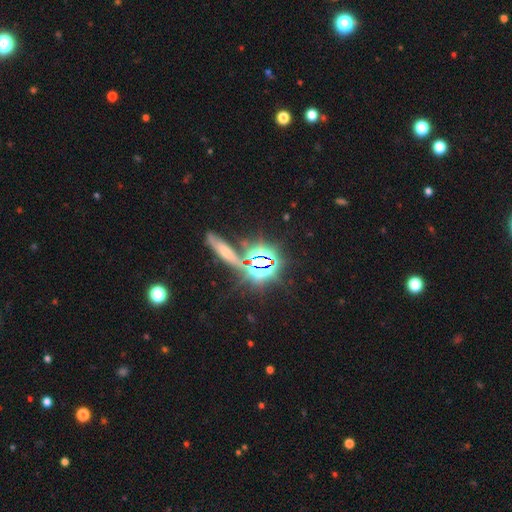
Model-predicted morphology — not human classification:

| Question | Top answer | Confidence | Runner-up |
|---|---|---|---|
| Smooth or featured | star or artifact | 66% | smooth (18%) |